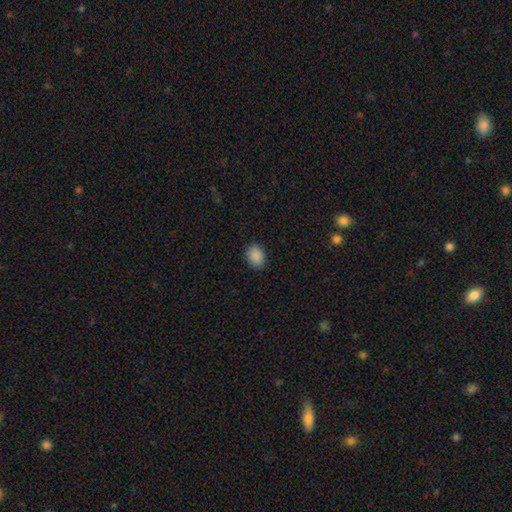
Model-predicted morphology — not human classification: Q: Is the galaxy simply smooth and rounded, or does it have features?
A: smooth — 89%.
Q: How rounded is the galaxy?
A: in between — 50%.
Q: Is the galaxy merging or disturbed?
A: none — 88%.